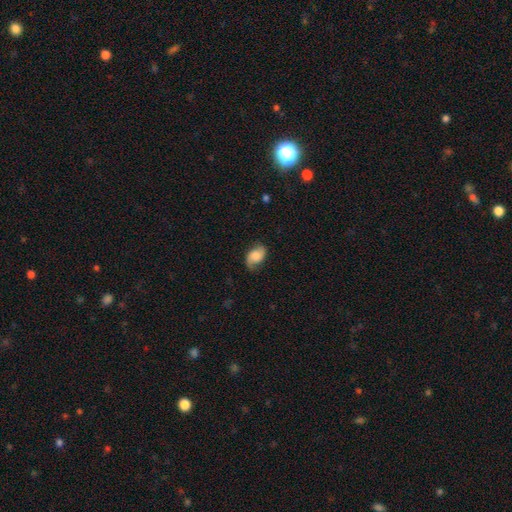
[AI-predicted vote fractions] Smooth or featured? Predicted: smooth (p=0.53). How rounded? Predicted: in between (p=0.86). Merging? Predicted: none (p=0.71).